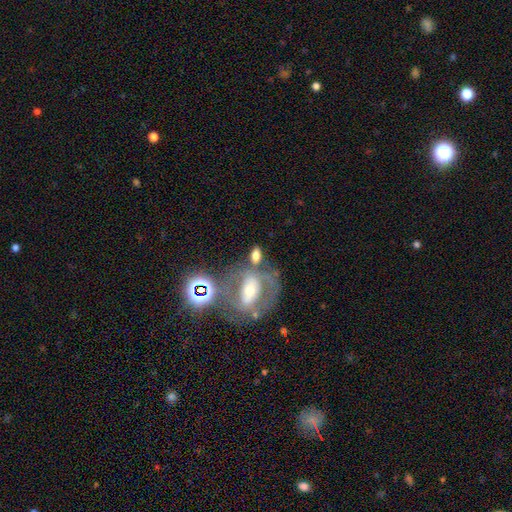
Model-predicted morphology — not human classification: Smooth or featured? Predicted: smooth (p=0.54). How rounded? Predicted: in between (p=0.79). Merging? Predicted: none (p=0.51).